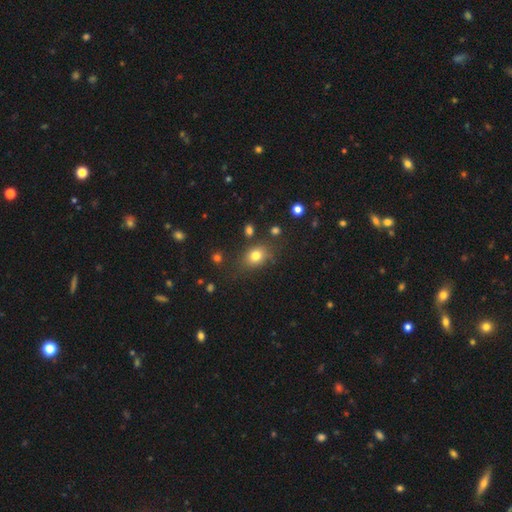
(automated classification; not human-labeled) Smooth or featured: smooth — 78% (star or artifact — 13%)
How rounded: in between — 60% (round — 39%)
Merging: none — 75% (minor disturbance — 15%)